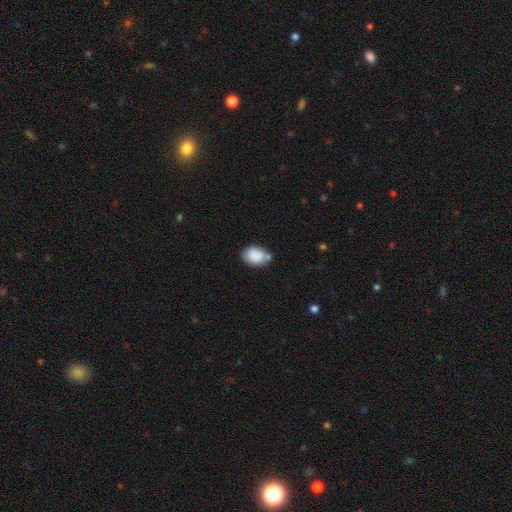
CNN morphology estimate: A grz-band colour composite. It shows a smooth galaxy with no disk features (86%) that is in between round and cigar-shaped (70%). Merging: none (58%).